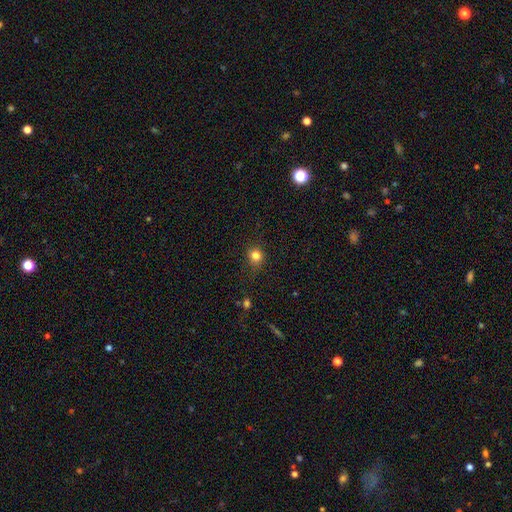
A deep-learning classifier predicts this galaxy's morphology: Smooth or featured? smooth (81%)
How rounded? round (84%)
Merging? none (80%)